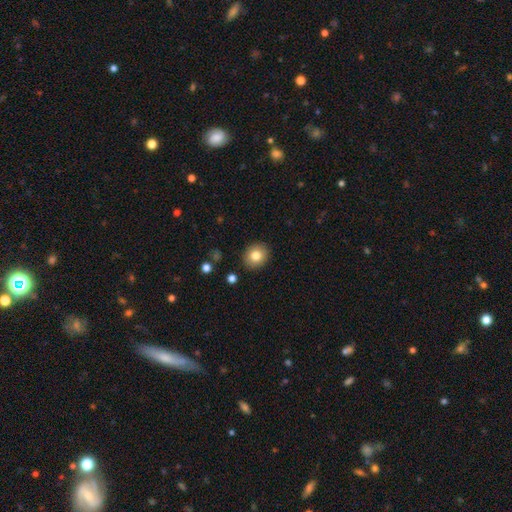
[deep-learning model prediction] smooth-or-featured: smooth: 81% | featured or disk: 10% | star or artifact: 9%
  how-rounded: round: 73% | in between: 26% | cigar-shaped: 1%
  merging: none: 90% | minor disturbance: 7% | major disturbance: 2% | merger: 1%